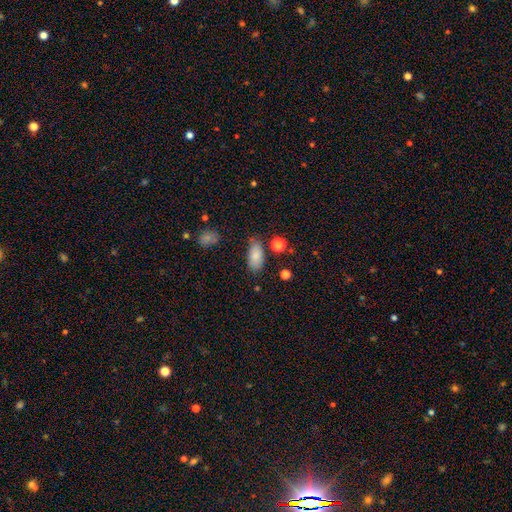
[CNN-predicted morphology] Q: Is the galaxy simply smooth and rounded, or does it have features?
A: smooth — 84%.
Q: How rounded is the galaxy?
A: in between — 91%.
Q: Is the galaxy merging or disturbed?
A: none — 72%.